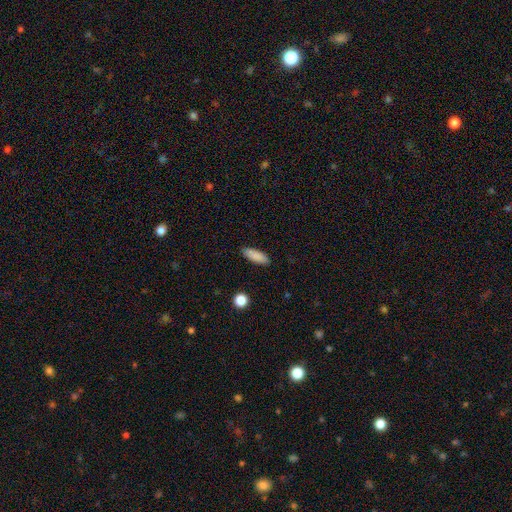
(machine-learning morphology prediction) This is clearly a smooth galaxy (88%). How rounded: possibly in between (60%). Merging: clearly none (89%).